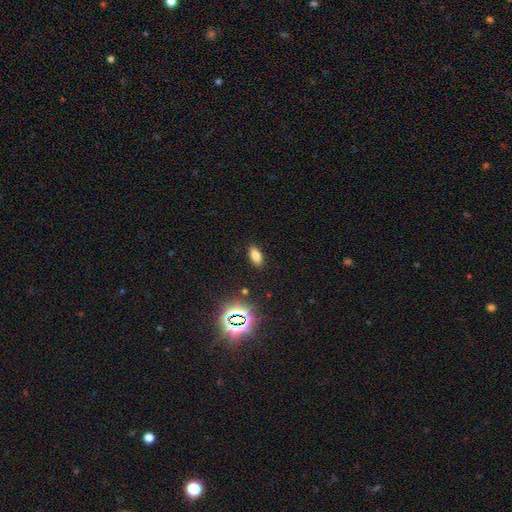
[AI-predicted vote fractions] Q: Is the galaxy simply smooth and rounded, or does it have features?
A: smooth — 75%.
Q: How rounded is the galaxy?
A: in between — 86%.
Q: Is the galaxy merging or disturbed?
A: none — 88%.